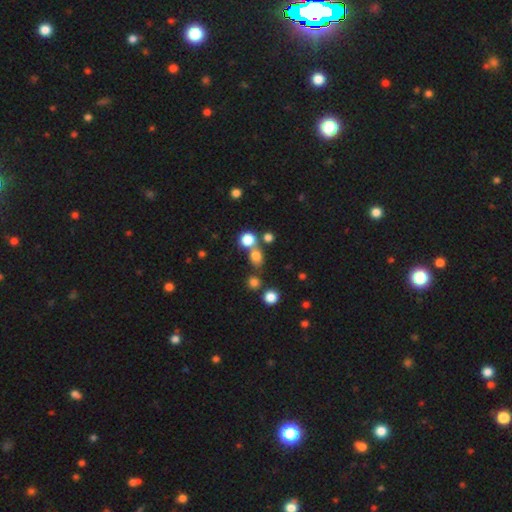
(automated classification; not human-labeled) A smooth galaxy with no disk features (73%) that is round (72%). Merging: none (58%).